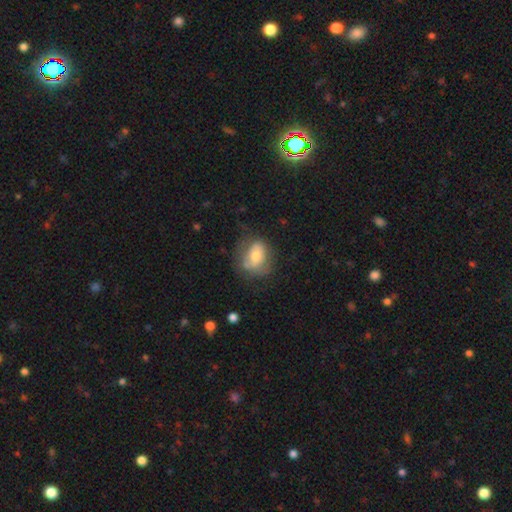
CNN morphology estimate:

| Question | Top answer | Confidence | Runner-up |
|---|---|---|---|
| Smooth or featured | smooth | 58% | featured or disk (34%) |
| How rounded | in between | 60% | round (38%) |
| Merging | none | 53% | minor disturbance (28%) |